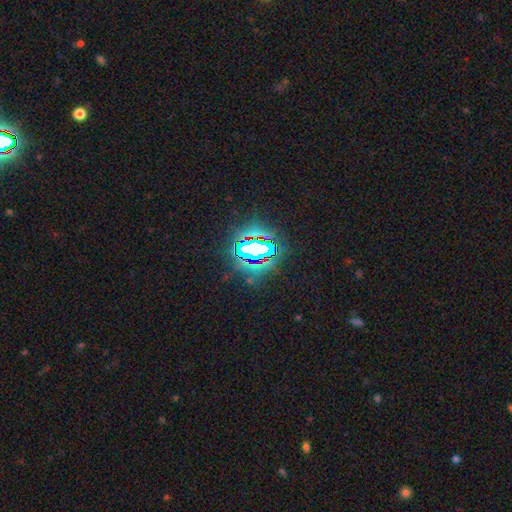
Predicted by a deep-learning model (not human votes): Smooth or featured? star or artifact (83%)